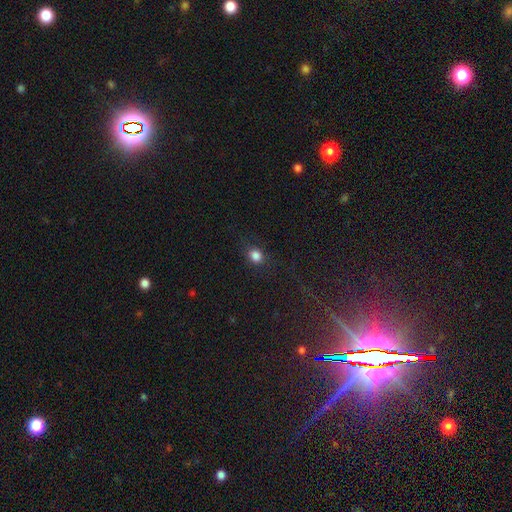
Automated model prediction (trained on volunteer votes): Morphology: type=smooth (81%); roundness=round (64%); merging=none (82%).